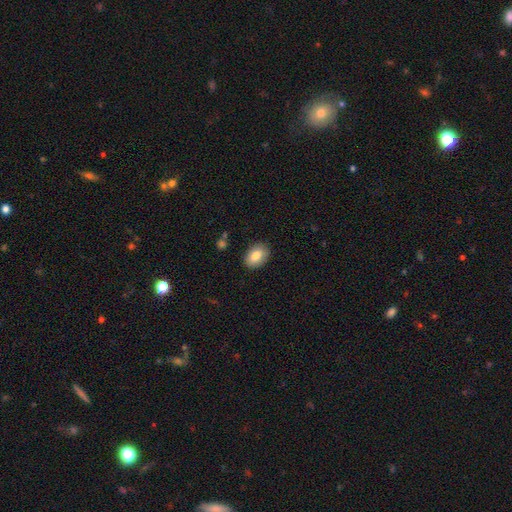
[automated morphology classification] This is clearly a smooth galaxy (81%). How rounded: clearly in between (83%). Merging: clearly none (88%).